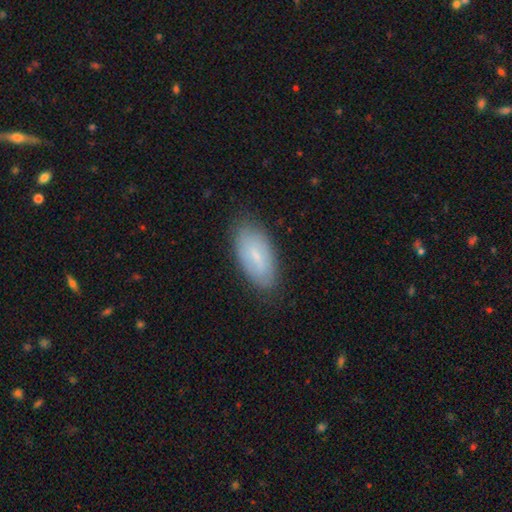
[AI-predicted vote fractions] smooth_or_featured: smooth (p=0.58) [alt: featured or disk p=0.35]
how_rounded: in between (p=0.90) [alt: cigar-shaped p=0.07]
merging: none (p=0.81) [alt: minor disturbance p=0.15]